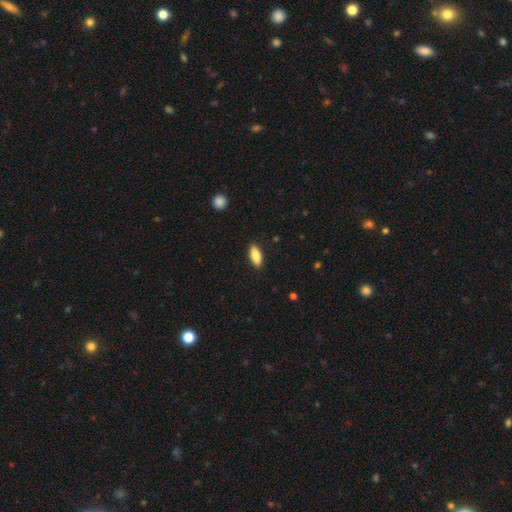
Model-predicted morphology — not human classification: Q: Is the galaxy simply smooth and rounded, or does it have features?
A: smooth — 87%.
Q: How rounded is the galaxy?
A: in between — 80%.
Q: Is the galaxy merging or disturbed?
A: none — 89%.